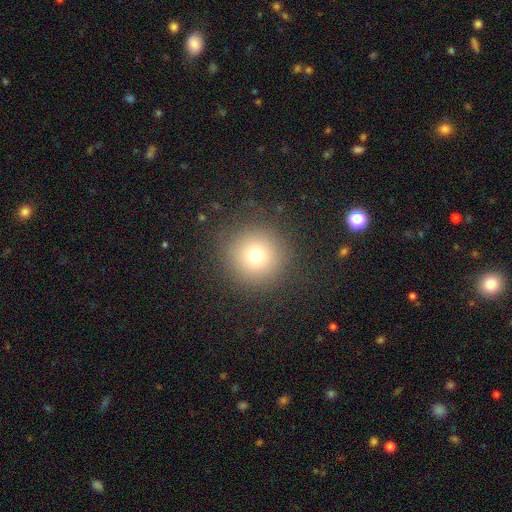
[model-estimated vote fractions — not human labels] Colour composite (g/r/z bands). It shows a smooth galaxy with no disk features (74%) that is round (95%). Merging: none (87%).